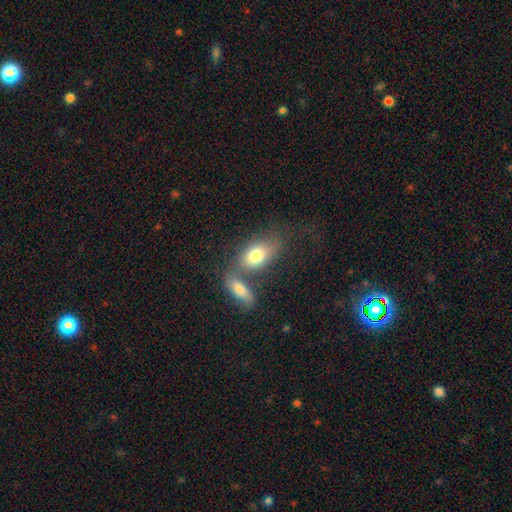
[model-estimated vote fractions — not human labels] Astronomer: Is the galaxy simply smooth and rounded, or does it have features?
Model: smooth — 77%.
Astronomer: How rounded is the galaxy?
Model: in between — 87%.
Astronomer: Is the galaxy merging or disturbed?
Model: none — 42% (runner-up: merger, 40%).